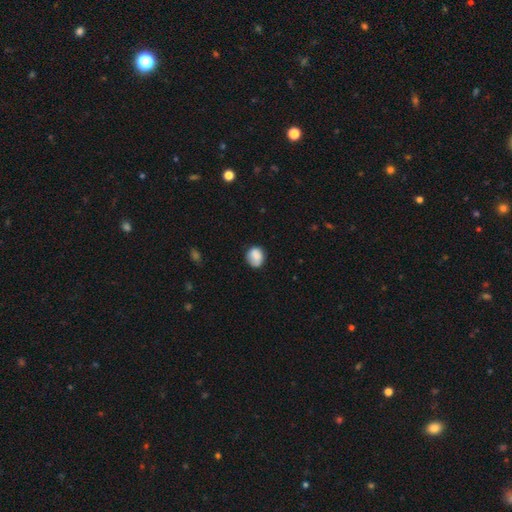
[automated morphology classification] type=smooth (82%); roundness=round (62%); merging=none (67%).